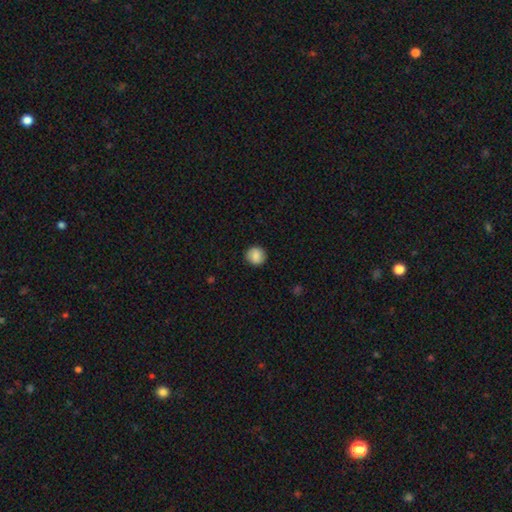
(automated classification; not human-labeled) The model was most divided on "smooth or featured": smooth: 85%, star or artifact: 8%, featured or disk: 7%. More confident: how rounded — round (91%); merging — none (90%).